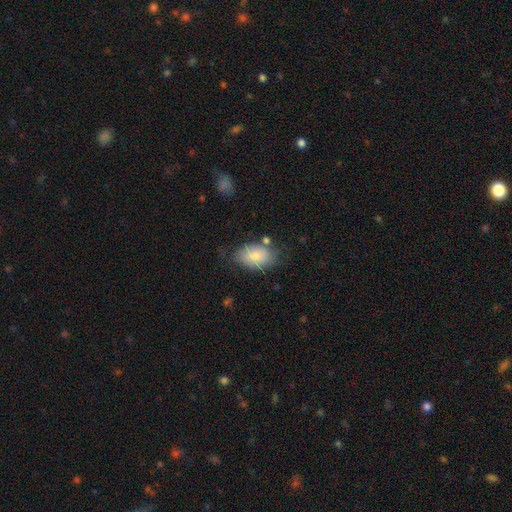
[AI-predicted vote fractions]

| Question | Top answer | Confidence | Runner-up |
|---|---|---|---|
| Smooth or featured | smooth | 80% | featured or disk (13%) |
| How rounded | in between | 90% | round (9%) |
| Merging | none | 67% | minor disturbance (21%) |